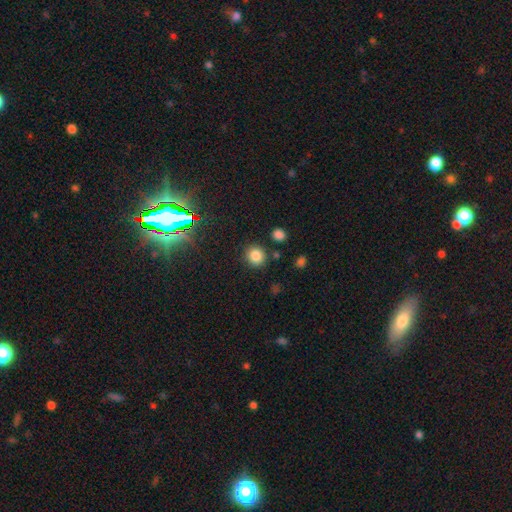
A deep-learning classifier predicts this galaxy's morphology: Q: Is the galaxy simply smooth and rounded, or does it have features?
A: smooth — 81%.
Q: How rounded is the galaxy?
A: round — 89%.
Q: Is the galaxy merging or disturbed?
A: none — 85%.